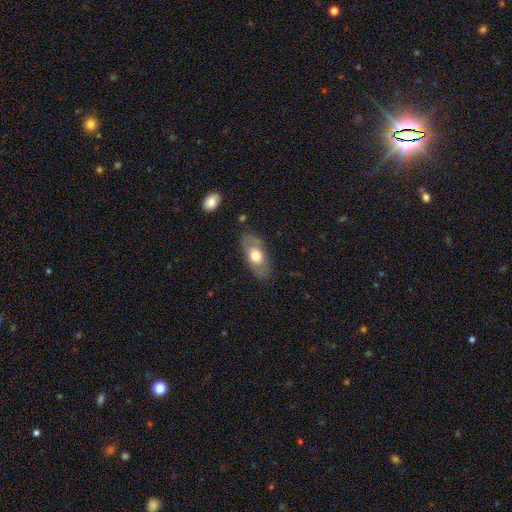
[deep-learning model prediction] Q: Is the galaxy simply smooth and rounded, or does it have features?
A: smooth — 59%.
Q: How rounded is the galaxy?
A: in between — 87%.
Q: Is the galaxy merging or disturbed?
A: none — 78%.